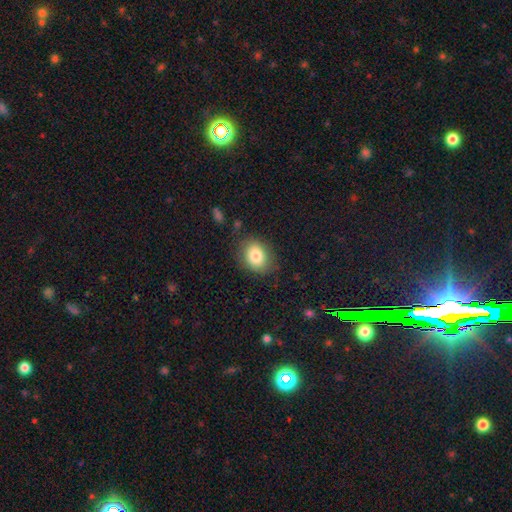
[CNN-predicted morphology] smooth-or-featured: smooth: 81% | featured or disk: 11% | star or artifact: 8%
  how-rounded: in between: 58% | round: 41% | cigar-shaped: 1%
  merging: none: 78% | minor disturbance: 15% | major disturbance: 5% | merger: 2%